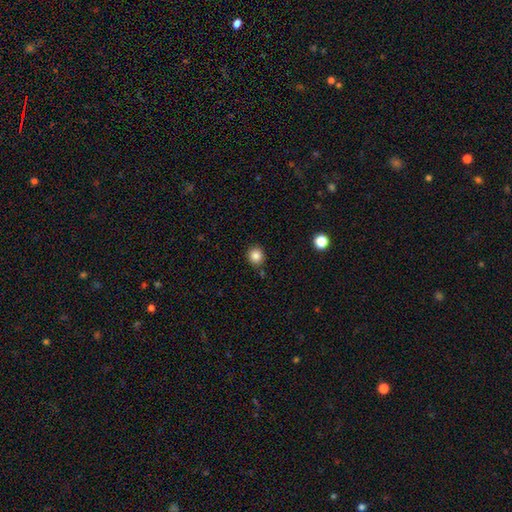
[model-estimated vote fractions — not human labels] Smooth or featured?
  - smooth: 85% *
  - star or artifact: 11%
  - featured or disk: 5%
How rounded?
  - round: 87% *
  - in between: 12%
  - cigar-shaped: 1%
Merging?
  - none: 85% *
  - minor disturbance: 9%
  - merger: 4%
  - major disturbance: 2%